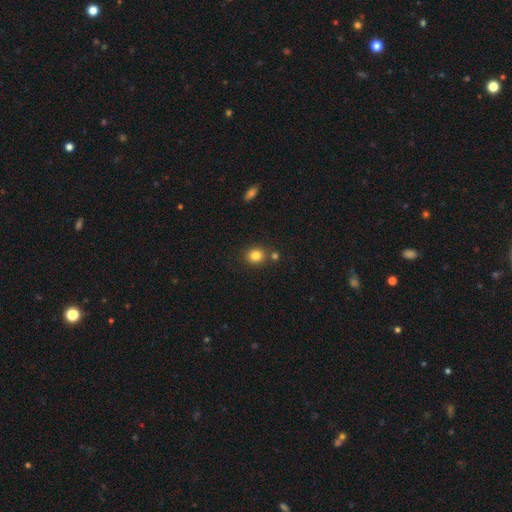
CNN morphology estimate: Smooth or featured?
  - smooth: 82% *
  - star or artifact: 12%
  - featured or disk: 6%
How rounded?
  - round: 76% *
  - in between: 23%
  - cigar-shaped: 1%
Merging?
  - none: 78% *
  - merger: 11%
  - minor disturbance: 9%
  - major disturbance: 2%